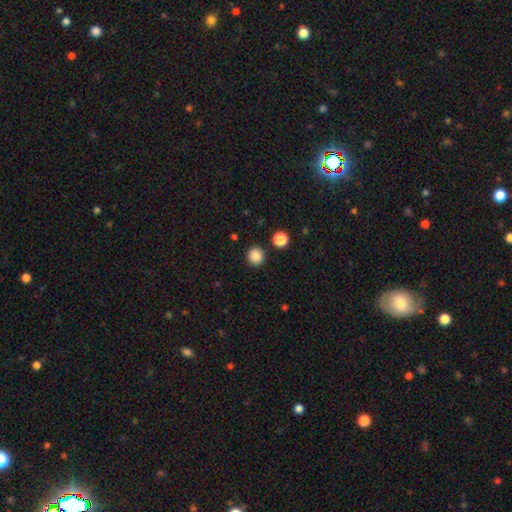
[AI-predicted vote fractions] This appears to be a smooth galaxy with no disk features (86%) that is round (93%). Merging: none (90%).